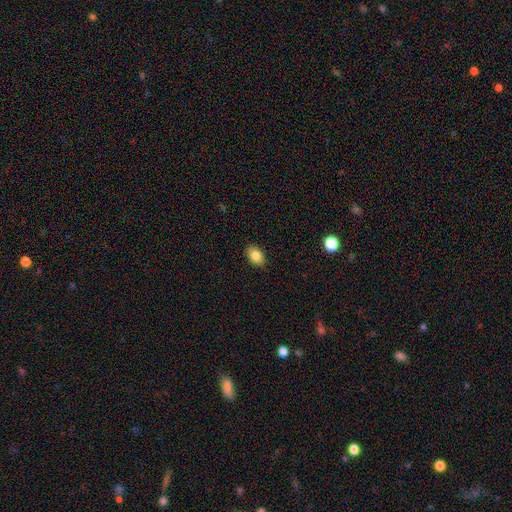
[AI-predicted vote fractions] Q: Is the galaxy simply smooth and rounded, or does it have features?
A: smooth — 85%.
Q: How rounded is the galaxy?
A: in between — 82%.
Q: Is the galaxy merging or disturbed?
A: none — 88%.